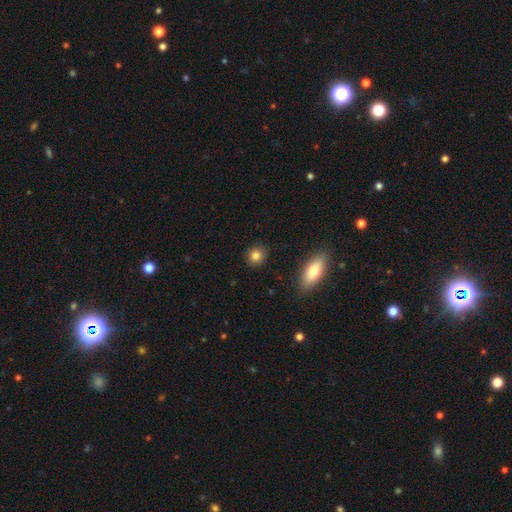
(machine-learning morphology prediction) Overall: smooth (84%). How rounded: round (85%). Merging: none (89%).